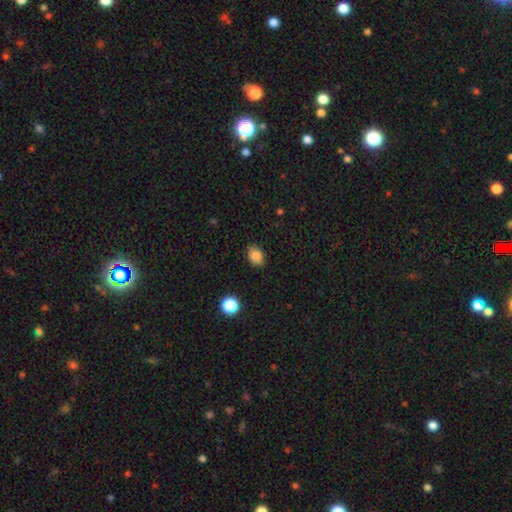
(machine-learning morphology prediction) This appears to be a smooth galaxy with no disk features (83%) that is in between round and cigar-shaped (76%). Merging: none (81%).